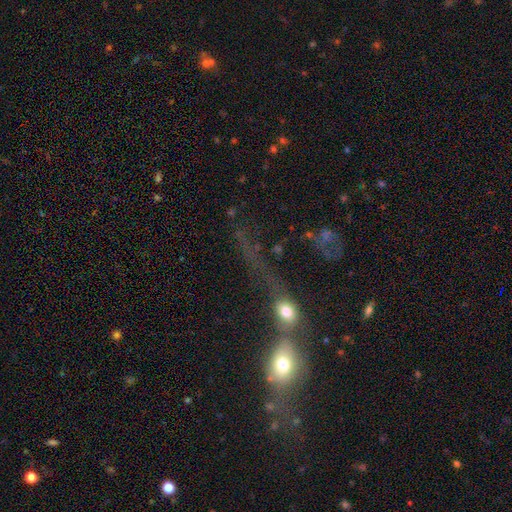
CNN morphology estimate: Smooth or featured? smooth (37%)
Merging? merger (57%)